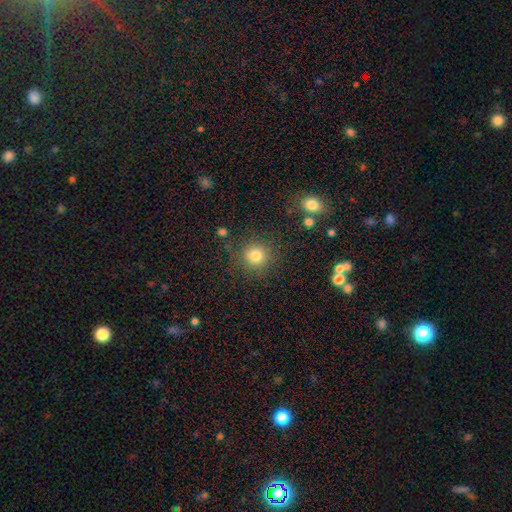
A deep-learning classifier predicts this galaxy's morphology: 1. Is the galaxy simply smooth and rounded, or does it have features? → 80% smooth, 13% star or artifact, 7% featured or disk.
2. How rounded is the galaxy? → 92% round, 7% in between, 1% cigar-shaped.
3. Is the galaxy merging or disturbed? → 84% none, 9% minor disturbance, 4% major disturbance, 3% merger.